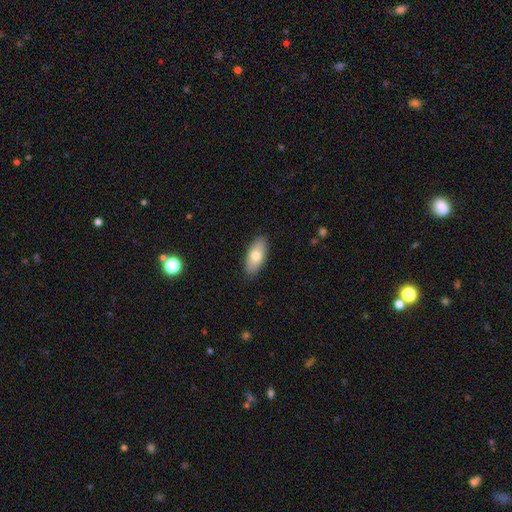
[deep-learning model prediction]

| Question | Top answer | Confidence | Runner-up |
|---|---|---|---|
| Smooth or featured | smooth | 74% | featured or disk (20%) |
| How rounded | in between | 88% | cigar-shaped (10%) |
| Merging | none | 88% | minor disturbance (9%) |